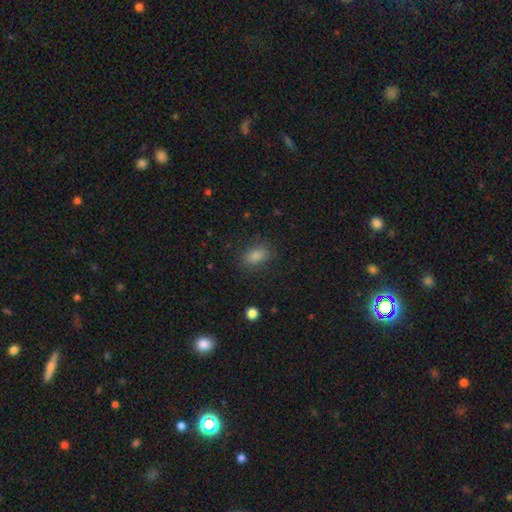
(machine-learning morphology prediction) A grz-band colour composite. It shows a smooth galaxy with no disk features (81%) that is in between round and cigar-shaped (84%). Merging: none (86%).